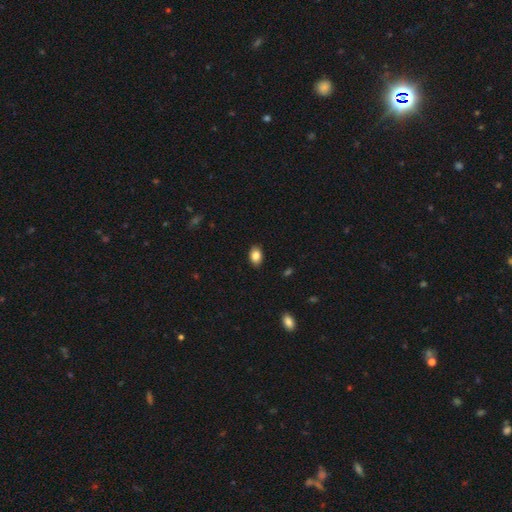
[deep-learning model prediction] Smooth or featured?
  - smooth: 86% *
  - star or artifact: 8%
  - featured or disk: 6%
How rounded?
  - in between: 82% *
  - round: 16%
  - cigar-shaped: 1%
Merging?
  - none: 88% *
  - minor disturbance: 9%
  - major disturbance: 2%
  - merger: 1%